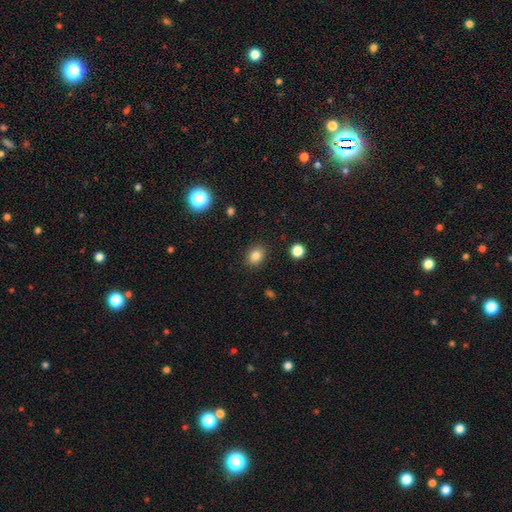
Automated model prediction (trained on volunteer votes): Q: Smooth or featured?
A: smooth (83%); runner-up: star or artifact (11%)
Q: How rounded?
A: in between (50%); runner-up: round (49%)
Q: Merging?
A: none (89%); runner-up: minor disturbance (8%)